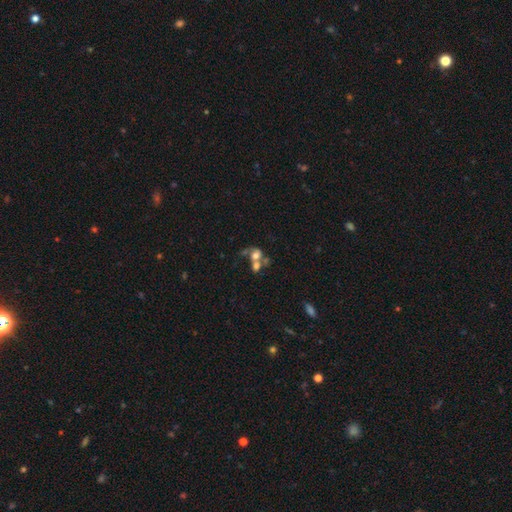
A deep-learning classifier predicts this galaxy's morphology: smooth_or_featured: smooth (p=0.55) [alt: featured or disk p=0.31]
how_rounded: round (p=0.50) [alt: in between p=0.48]
merging: merger (p=0.64) [alt: none p=0.18]